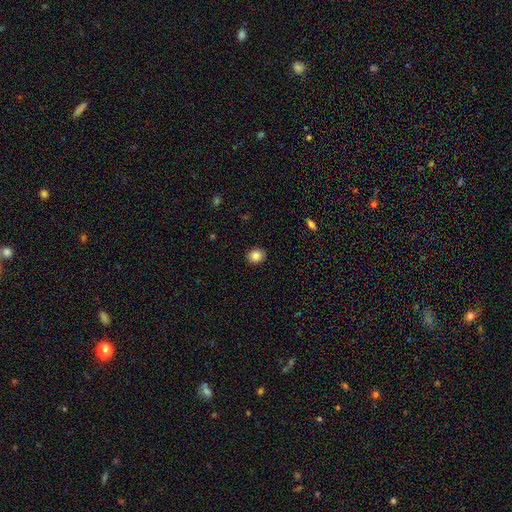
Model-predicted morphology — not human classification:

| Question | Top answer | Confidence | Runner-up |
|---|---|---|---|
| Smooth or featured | smooth | 85% | star or artifact (9%) |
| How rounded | round | 66% | in between (33%) |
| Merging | none | 90% | minor disturbance (7%) |